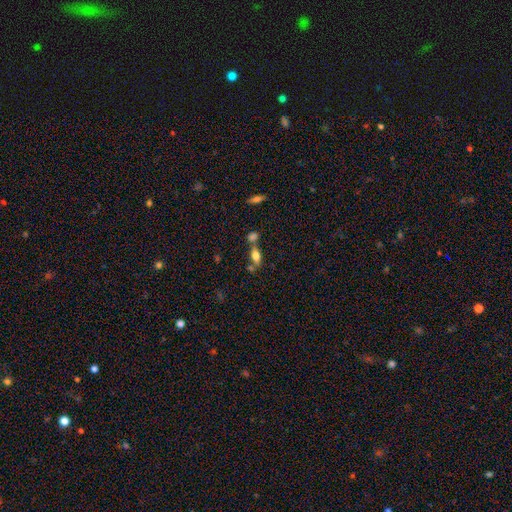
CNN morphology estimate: type=smooth (72%); roundness=in between (79%); merging=none (51%).